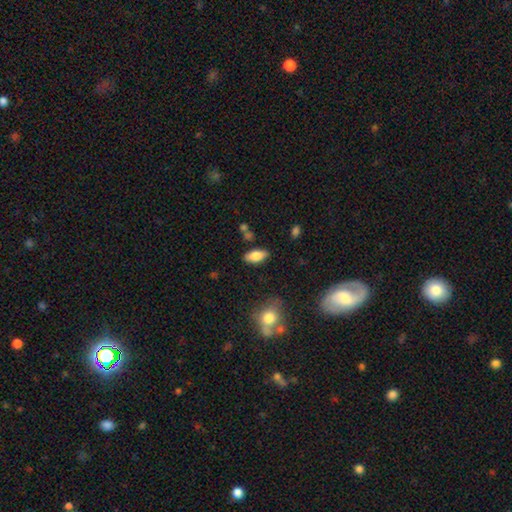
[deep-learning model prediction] smooth-or-featured: smooth: 79% | featured or disk: 14% | star or artifact: 7%
  how-rounded: in between: 87% | cigar-shaped: 10% | round: 3%
  merging: none: 83% | minor disturbance: 11% | merger: 3% | major disturbance: 3%